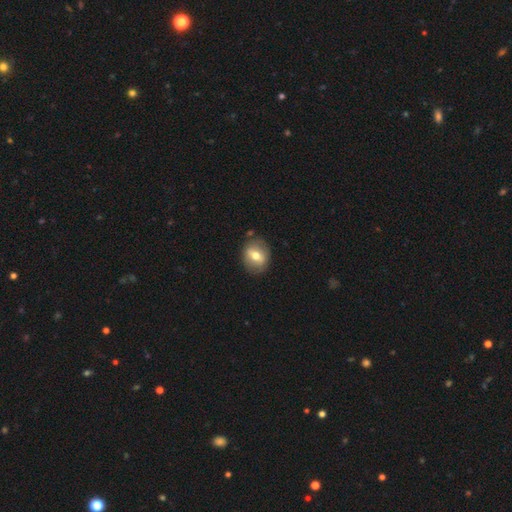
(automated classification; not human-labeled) This appears to be a smooth galaxy with no disk features (54%) that is round (56%). Merging: none (81%).